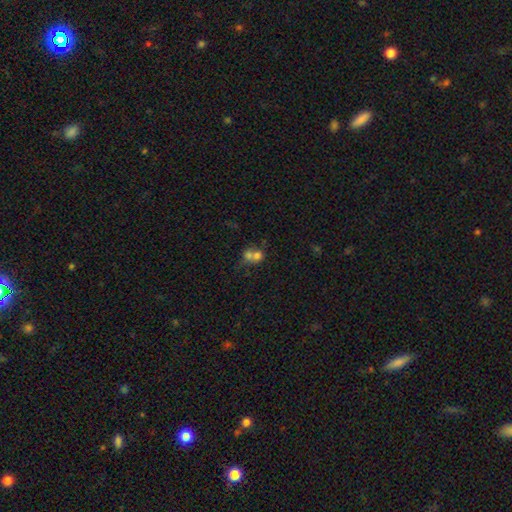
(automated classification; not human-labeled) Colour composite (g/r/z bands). It shows a smooth galaxy with no disk features (68%) that is round (74%). Merging: merger (67%).